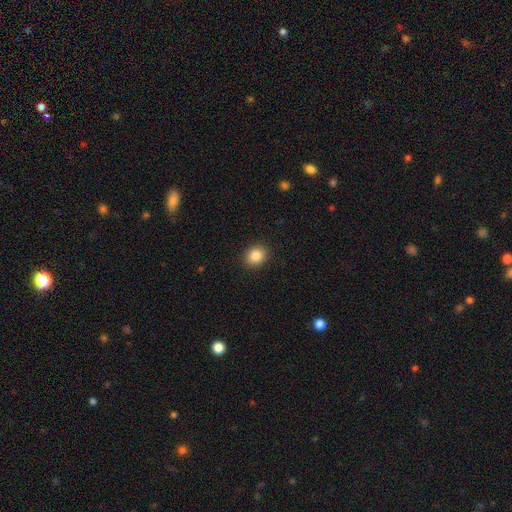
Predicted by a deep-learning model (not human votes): Overall: smooth (85%). How rounded: round (66%; in between 33%). Merging: none (91%).